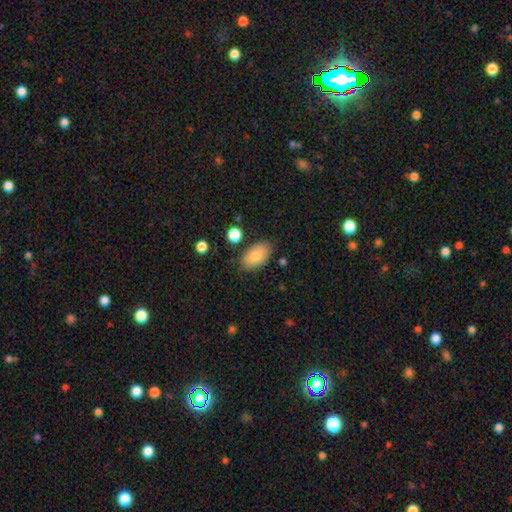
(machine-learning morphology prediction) Overall: smooth (83%). How rounded: in between (93%). Merging: none (79%).